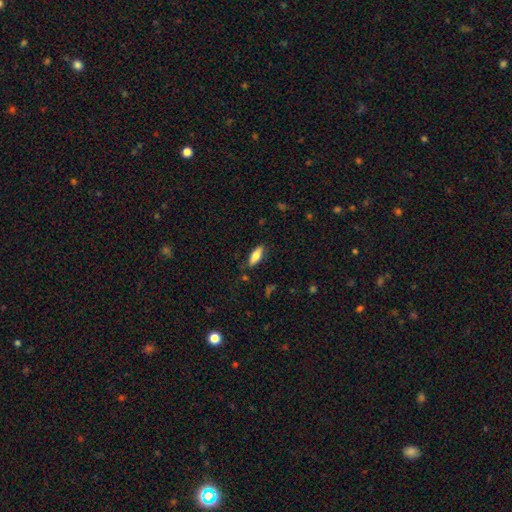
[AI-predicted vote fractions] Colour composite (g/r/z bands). It shows a smooth galaxy with no disk features (77%) that is in between round and cigar-shaped (70%). Merging: none (82%).